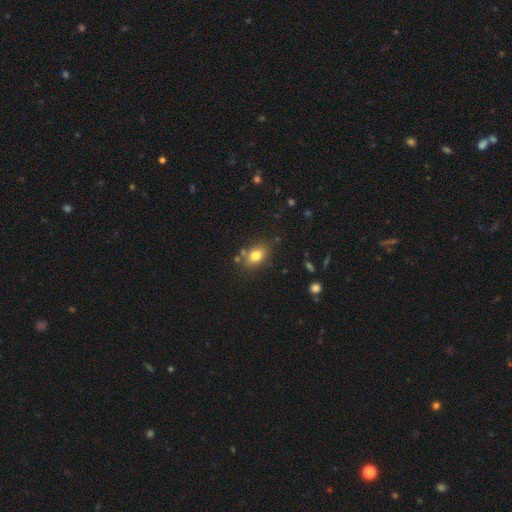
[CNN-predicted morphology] A smooth galaxy with no disk features (79%) that is in between round and cigar-shaped (70%).

Vote fractions:
- Smooth or featured? smooth: 79% / star or artifact: 11% / featured or disk: 10%
- How rounded? in between: 70% / round: 29% / cigar-shaped: 1%
- Merging? none: 76% / minor disturbance: 13% / merger: 7% / major disturbance: 4%